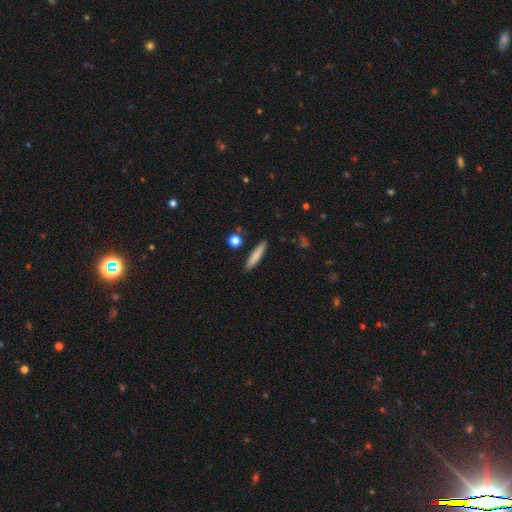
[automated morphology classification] type=smooth (80%); roundness=cigar-shaped (89%); merging=none (88%).